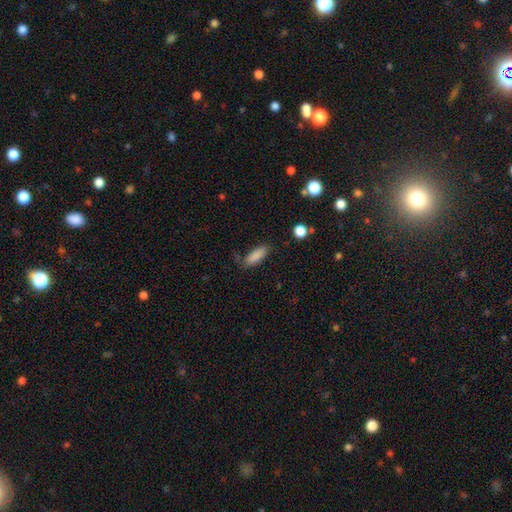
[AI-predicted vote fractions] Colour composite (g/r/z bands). It shows a smooth galaxy with no disk features (87%) that is in between round and cigar-shaped (57%). Merging: none (76%).